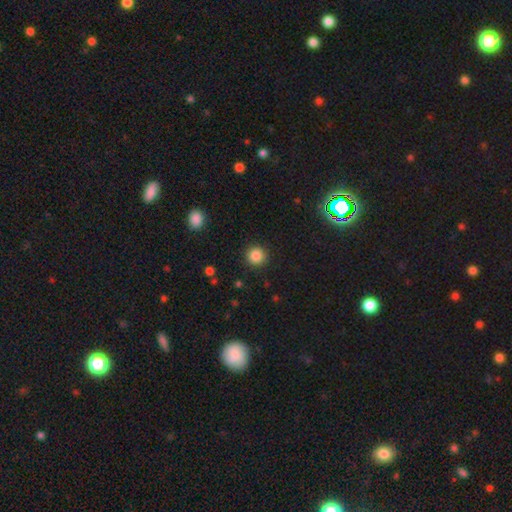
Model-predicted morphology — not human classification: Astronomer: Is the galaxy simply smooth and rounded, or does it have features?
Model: smooth — 85%.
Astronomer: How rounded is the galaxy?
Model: round — 94%.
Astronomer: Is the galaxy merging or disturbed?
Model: none — 91%.